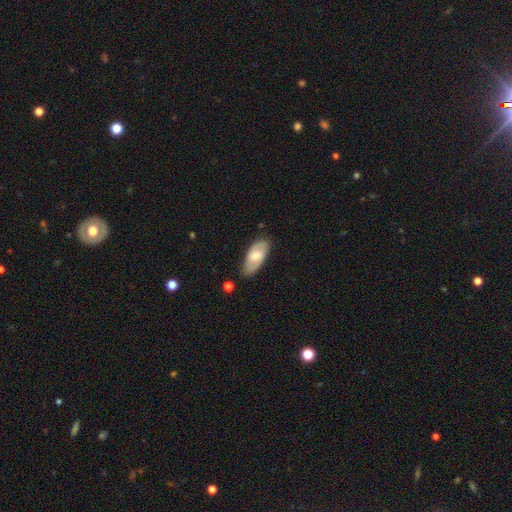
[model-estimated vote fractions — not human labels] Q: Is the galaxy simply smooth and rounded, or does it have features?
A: smooth — 54%.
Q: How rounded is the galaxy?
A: in between — 89%.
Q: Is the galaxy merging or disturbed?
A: none — 79%.